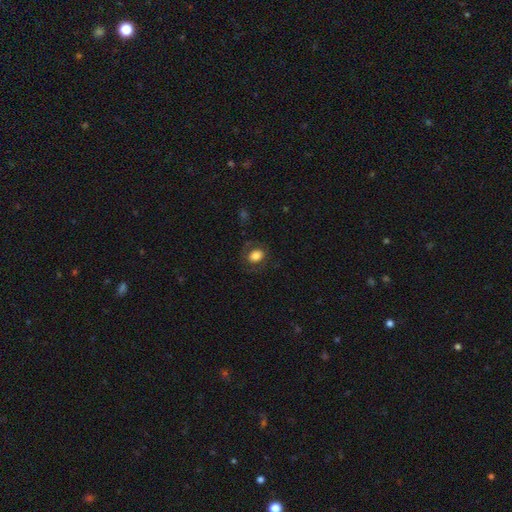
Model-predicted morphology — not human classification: Smooth or featured? Predicted: smooth (p=0.75). How rounded? Predicted: in between (p=0.64). Merging? Predicted: none (p=0.74).